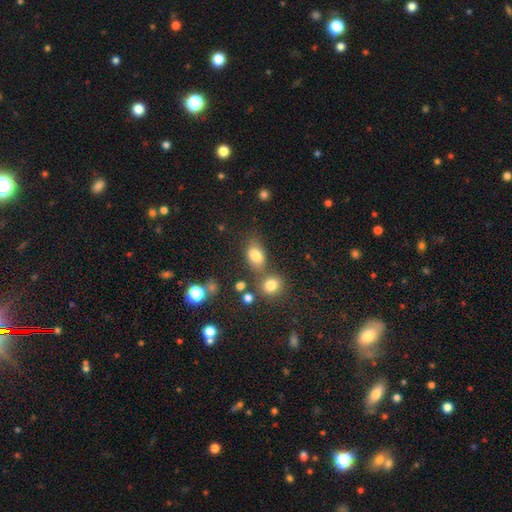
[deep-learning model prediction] Morphology: type=smooth (79%); roundness=in between (78%); merging=none (57%).